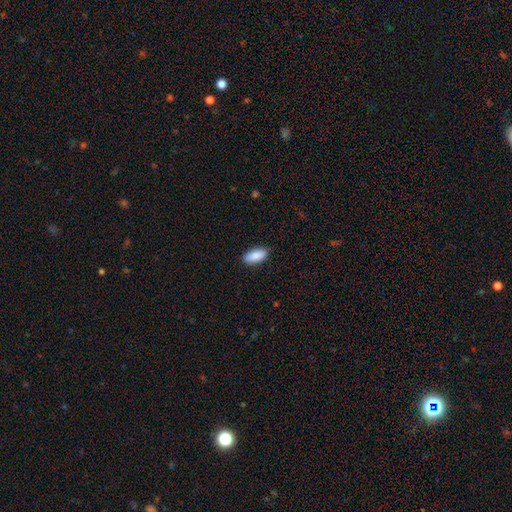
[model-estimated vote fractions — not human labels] smooth 88%, featured or disk 6%, star or artifact 6%. Down the decision tree: how rounded — in between (86%); merging — none (87%).